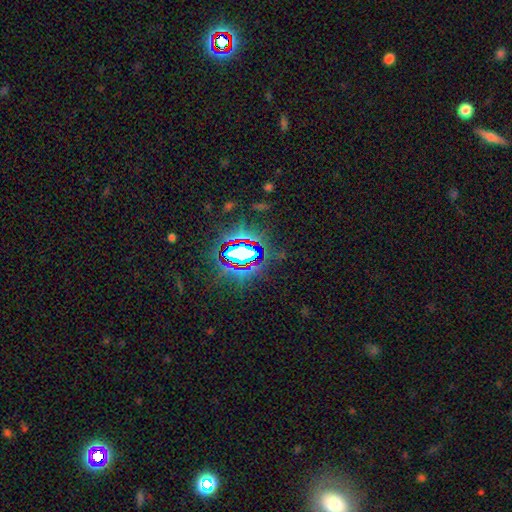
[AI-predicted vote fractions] A star or artifact, not a galaxy (82%).

Vote fractions:
- Smooth or featured? star or artifact: 82% / smooth: 10% / featured or disk: 8%